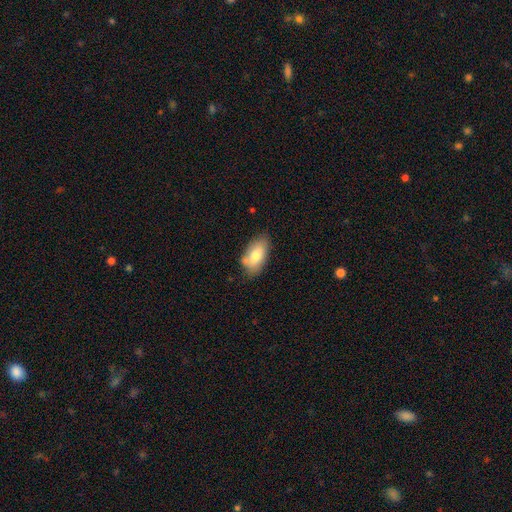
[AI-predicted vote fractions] Smooth or featured?
  - smooth: 75% *
  - featured or disk: 18%
  - star or artifact: 7%
How rounded?
  - in between: 93% *
  - round: 4%
  - cigar-shaped: 3%
Merging?
  - none: 66% *
  - minor disturbance: 24%
  - merger: 5%
  - major disturbance: 5%